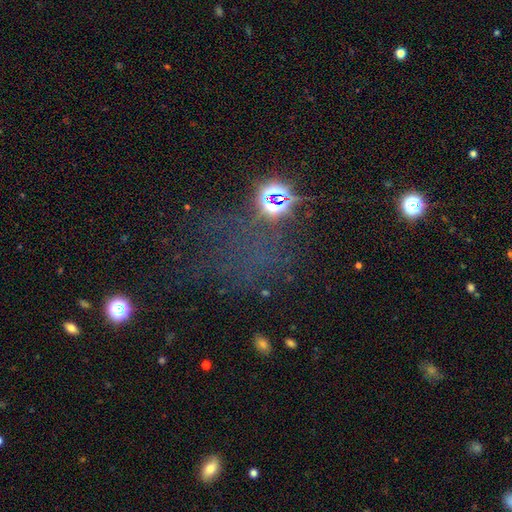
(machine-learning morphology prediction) Overall: star or artifact (53%; smooth 31%).